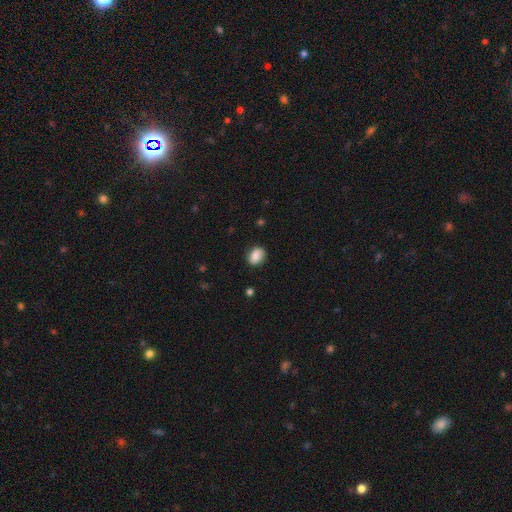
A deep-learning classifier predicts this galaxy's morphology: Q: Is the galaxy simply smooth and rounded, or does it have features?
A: smooth — 82%.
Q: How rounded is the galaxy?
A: in between — 63%.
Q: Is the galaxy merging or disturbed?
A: none — 80%.